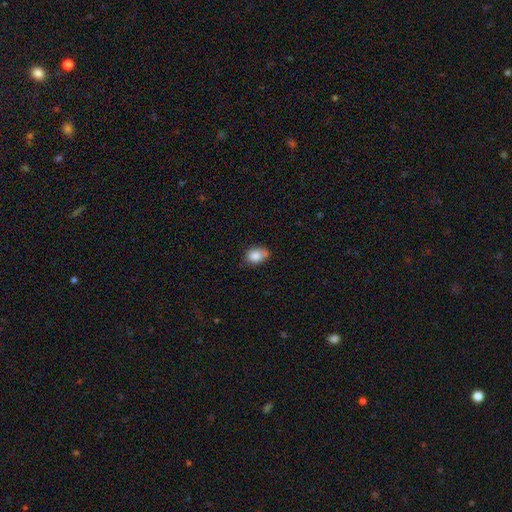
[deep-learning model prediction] Smooth or featured?
  - smooth: 85% *
  - star or artifact: 8%
  - featured or disk: 7%
How rounded?
  - in between: 79% *
  - round: 20%
  - cigar-shaped: 1%
Merging?
  - none: 61% *
  - minor disturbance: 30%
  - major disturbance: 5%
  - merger: 3%